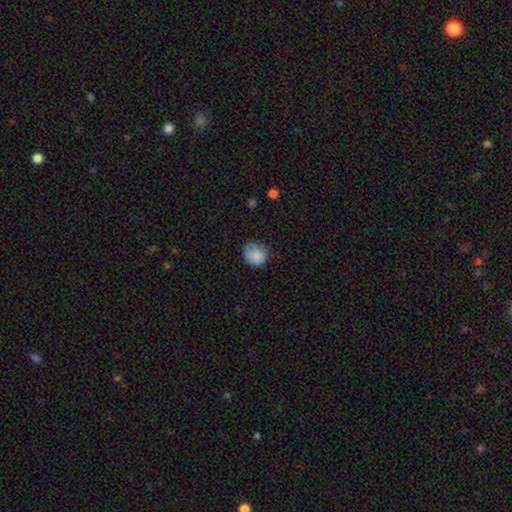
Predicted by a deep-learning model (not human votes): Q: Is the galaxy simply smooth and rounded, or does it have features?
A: smooth — 86%.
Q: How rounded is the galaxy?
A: round — 86%.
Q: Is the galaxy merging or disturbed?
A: none — 75%.